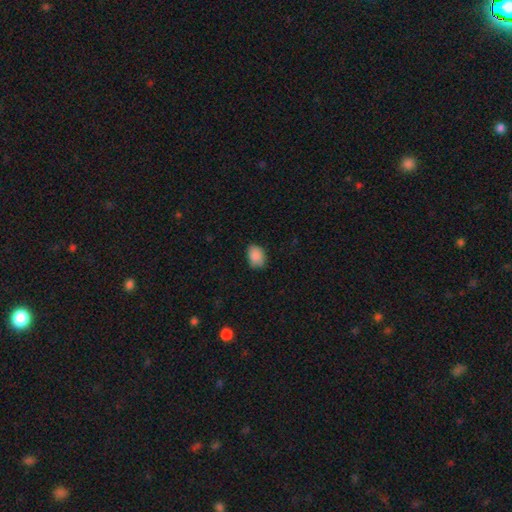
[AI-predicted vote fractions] Smooth or featured? Predicted: smooth (p=0.88). How rounded? Predicted: in between (p=0.75). Merging? Predicted: none (p=0.74).